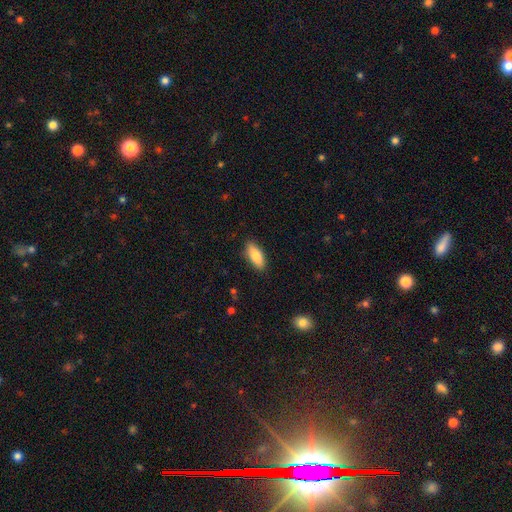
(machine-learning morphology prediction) Smooth or featured: smooth — 81% (featured or disk — 13%)
How rounded: in between — 74% (cigar-shaped — 24%)
Merging: none — 87% (minor disturbance — 10%)